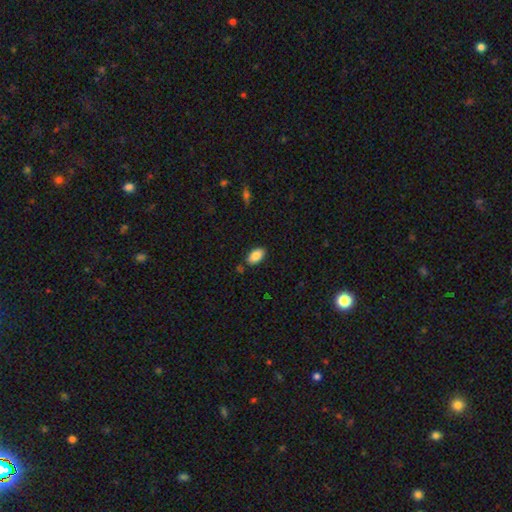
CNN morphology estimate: smooth_or_featured: smooth (p=0.87) [alt: star or artifact p=0.07]
how_rounded: in between (p=0.94) [alt: round p=0.04]
merging: none (p=0.83) [alt: minor disturbance p=0.12]